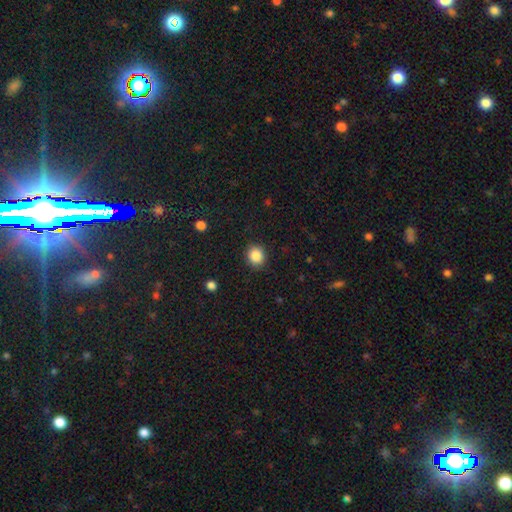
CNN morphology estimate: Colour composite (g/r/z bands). It shows a smooth galaxy with no disk features (87%) that is round (79%). Merging: none (89%).